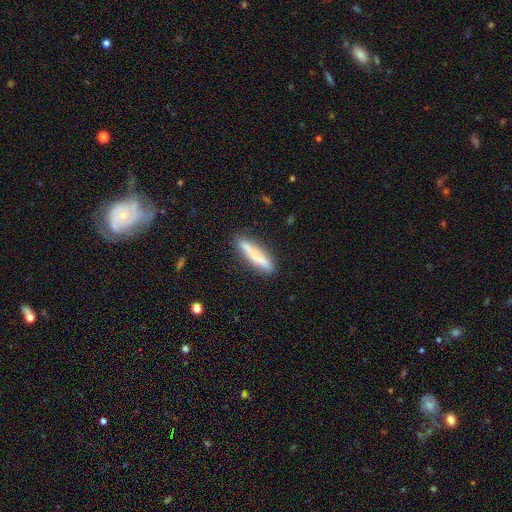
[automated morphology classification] smooth 66%, featured or disk 27%, star or artifact 7%. Down the decision tree: how rounded — cigar-shaped (89%); merging — none (83%).